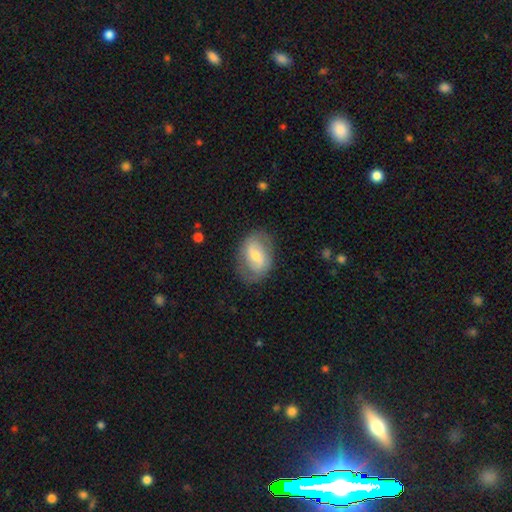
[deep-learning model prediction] Smooth or featured? featured or disk (56%)
Edge-on disk? no (96%)
Bar? weak (47%)
Spiral arms? yes (73%)
Bulge size? moderate (54%)
Merging? none (75%)